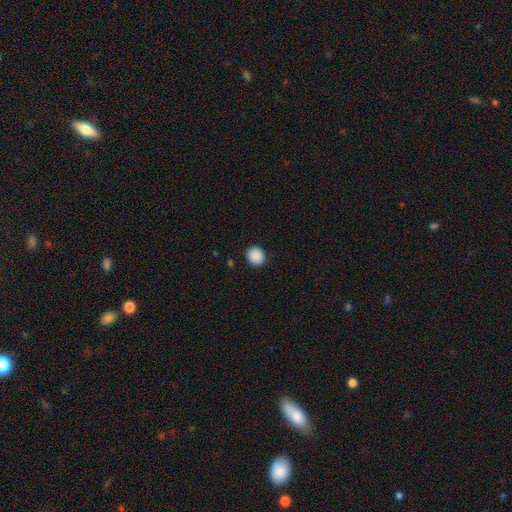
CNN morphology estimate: type=smooth (89%); roundness=round (80%); merging=none (90%).